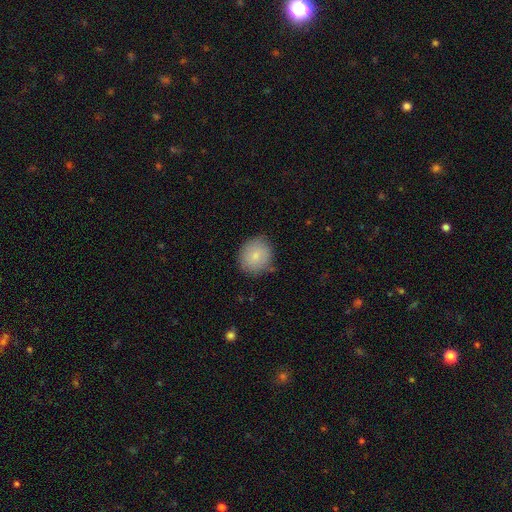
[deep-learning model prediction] Smooth or featured?
  - smooth: 82% *
  - featured or disk: 11%
  - star or artifact: 7%
How rounded?
  - round: 81% *
  - in between: 18%
  - cigar-shaped: 1%
Merging?
  - none: 80% *
  - minor disturbance: 15%
  - major disturbance: 3%
  - merger: 2%